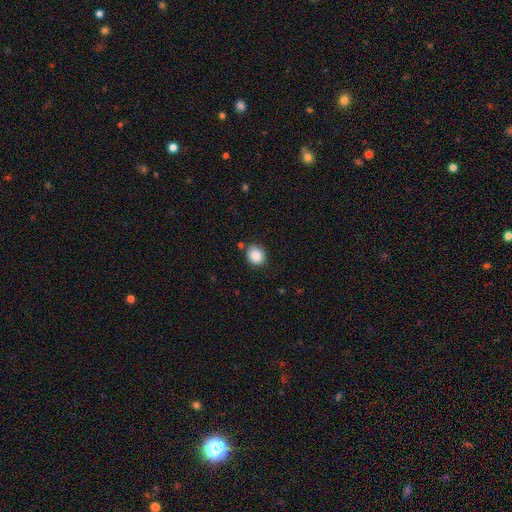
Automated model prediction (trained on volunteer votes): Smooth or featured: smooth — 87% (star or artifact — 9%)
How rounded: round — 78% (in between — 21%)
Merging: none — 80% (minor disturbance — 12%)